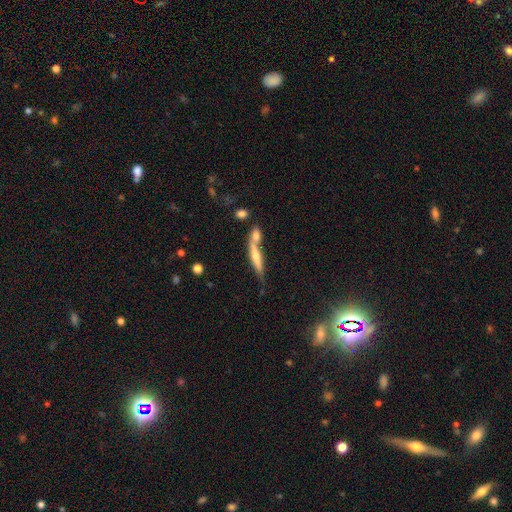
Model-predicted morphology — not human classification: type=featured or disk (52%); edge-on=yes (86%); merging=none (45%).